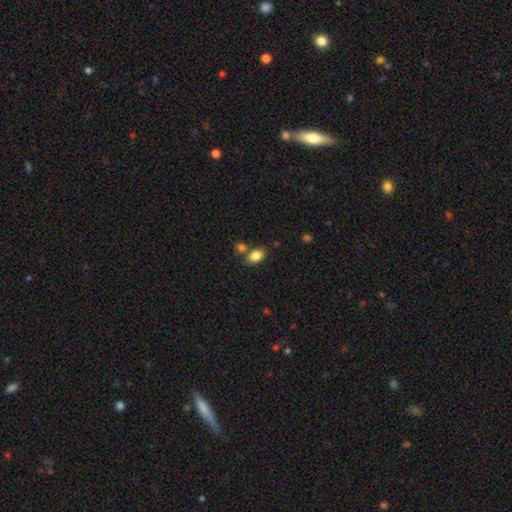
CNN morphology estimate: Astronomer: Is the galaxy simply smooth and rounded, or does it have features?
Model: smooth — 84%.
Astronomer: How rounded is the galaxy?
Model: in between — 81%.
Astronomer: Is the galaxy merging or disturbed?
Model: none — 67%.